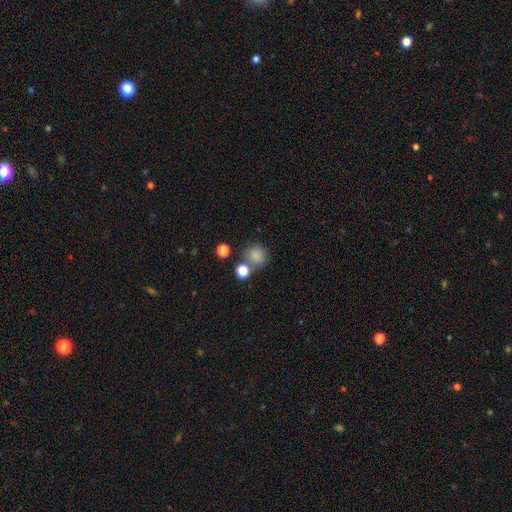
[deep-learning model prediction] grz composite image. It shows a smooth galaxy with no disk features (82%) that is round (85%). Merging: none (66%).